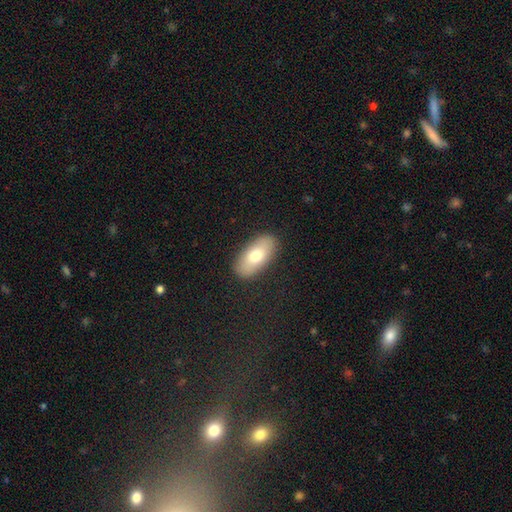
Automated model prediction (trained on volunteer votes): Smooth or featured?
  - smooth: 74% *
  - featured or disk: 19%
  - star or artifact: 6%
How rounded?
  - in between: 91% *
  - cigar-shaped: 6%
  - round: 3%
Merging?
  - none: 88% *
  - minor disturbance: 9%
  - major disturbance: 2%
  - merger: 1%